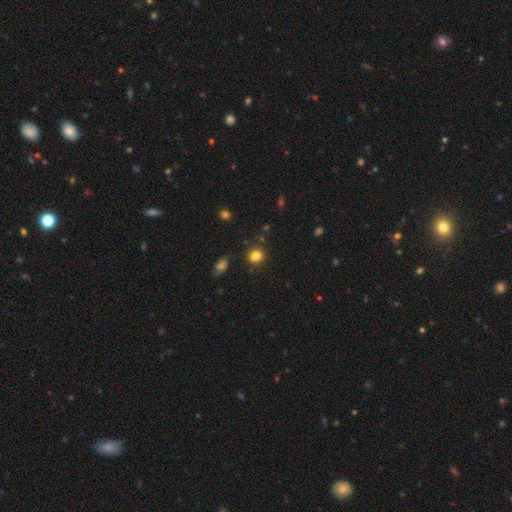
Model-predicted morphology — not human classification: The model was most divided on "how rounded": round: 79%, in between: 20%, cigar-shaped: 1%. More confident: merging — none (85%); smooth or featured — smooth (83%).